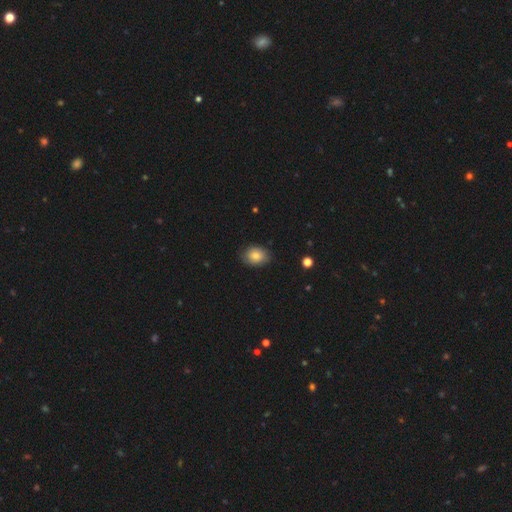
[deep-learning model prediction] Q: Smooth or featured?
A: smooth (81%); runner-up: featured or disk (11%)
Q: How rounded?
A: in between (66%); runner-up: round (33%)
Q: Merging?
A: none (79%); runner-up: minor disturbance (17%)